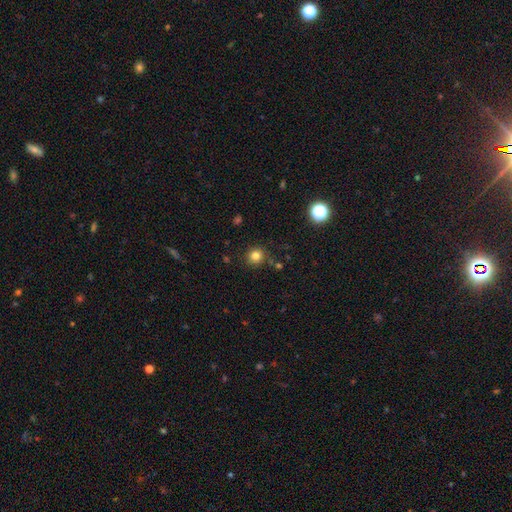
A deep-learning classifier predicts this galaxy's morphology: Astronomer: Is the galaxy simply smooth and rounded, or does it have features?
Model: smooth — 80%.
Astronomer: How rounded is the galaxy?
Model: round — 91%.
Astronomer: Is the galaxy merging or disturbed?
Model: none — 85%.